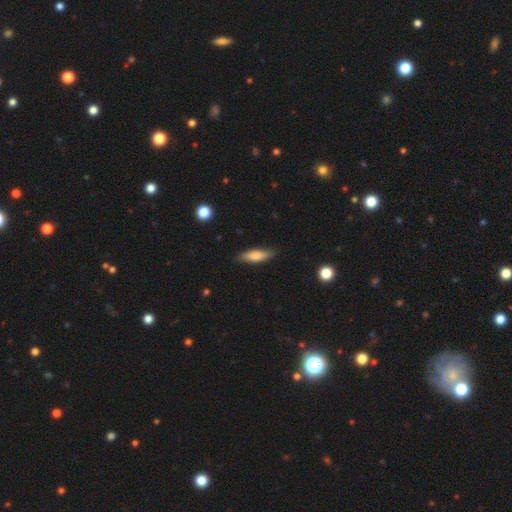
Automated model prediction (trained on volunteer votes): Q: Smooth or featured?
A: smooth (73%); runner-up: featured or disk (21%)
Q: How rounded?
A: cigar-shaped (57%); runner-up: in between (41%)
Q: Merging?
A: none (86%); runner-up: minor disturbance (11%)